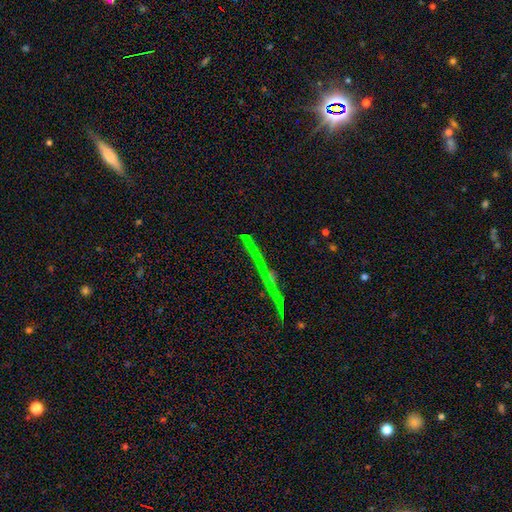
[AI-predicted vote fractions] smooth-or-featured: featured or disk: 42% | star or artifact: 40% | smooth: 18%
  merging: none: 79% | minor disturbance: 10% | merger: 6% | major disturbance: 5%